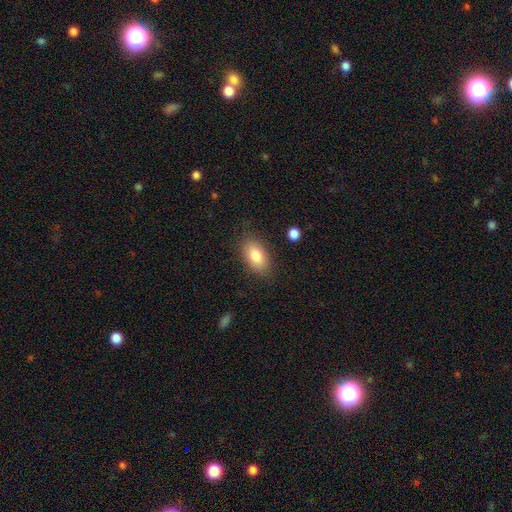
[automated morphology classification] This is clearly a smooth galaxy (82%). How rounded: clearly in between (91%). Merging: clearly none (83%).